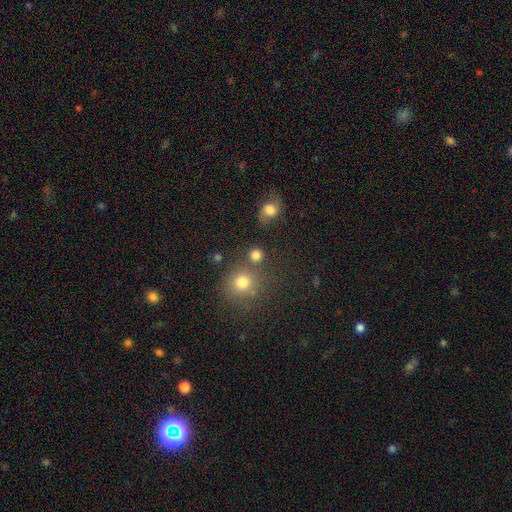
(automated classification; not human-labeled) The model was most divided on "merging": none: 72%, merger: 15%, minor disturbance: 10%, major disturbance: 4%. More confident: how rounded — round (86%); smooth or featured — smooth (79%).